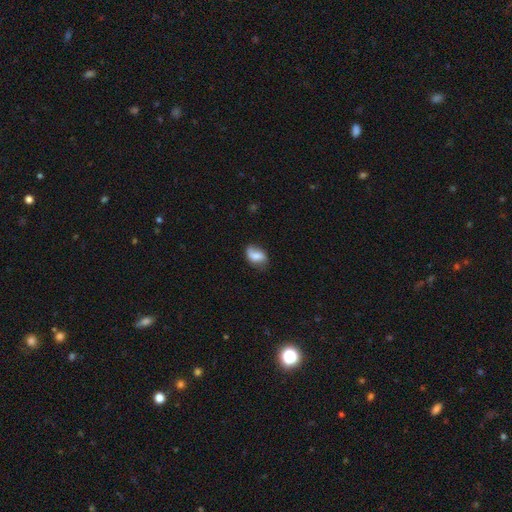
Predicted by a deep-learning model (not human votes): A smooth galaxy with no disk features (64%) that is in between round and cigar-shaped (85%).

Vote fractions:
- Smooth or featured? smooth: 64% / featured or disk: 28% / star or artifact: 8%
- How rounded? in between: 85% / round: 13% / cigar-shaped: 3%
- Merging? none: 59% / minor disturbance: 30% / major disturbance: 9% / merger: 3%